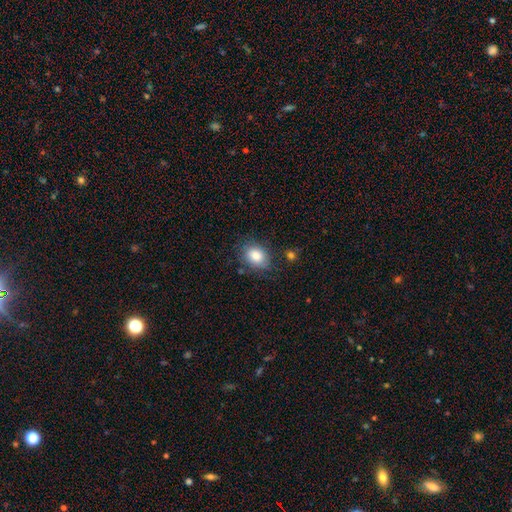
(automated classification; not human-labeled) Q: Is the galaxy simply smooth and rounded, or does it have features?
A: smooth — 83%.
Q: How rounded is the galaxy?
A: in between — 62%.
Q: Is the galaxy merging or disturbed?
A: none — 74%.